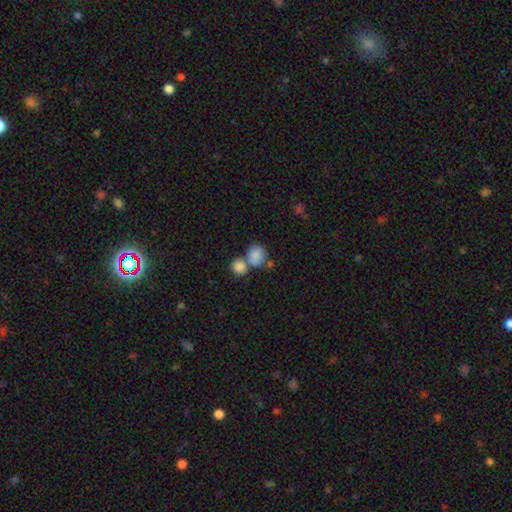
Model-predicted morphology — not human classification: smooth_or_featured: smooth (p=0.84) [alt: star or artifact p=0.08]
how_rounded: round (p=0.64) [alt: in between p=0.35]
merging: merger (p=0.49) [alt: none p=0.39]